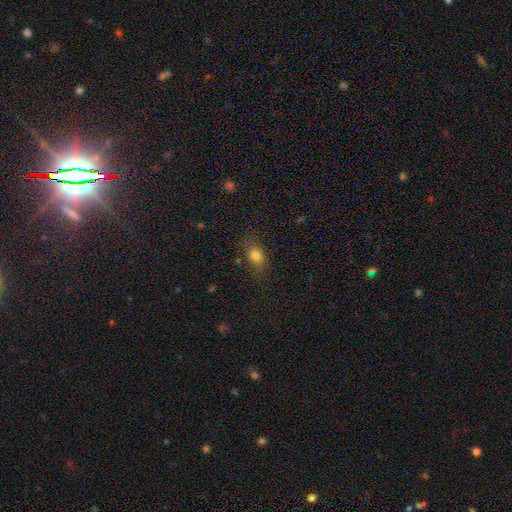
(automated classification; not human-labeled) smooth 77%, star or artifact 13%, featured or disk 10%. Down the decision tree: how rounded — in between (70%); merging — none (72%).